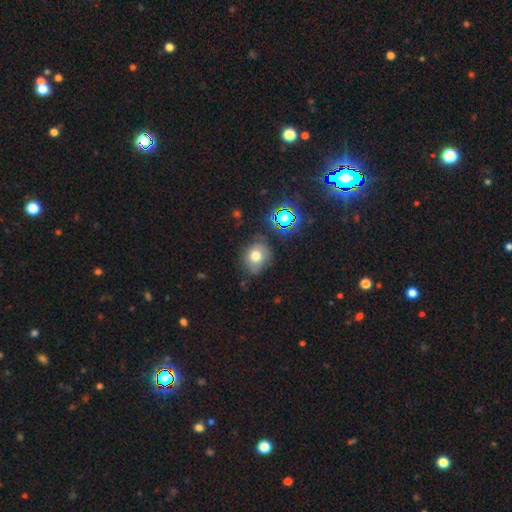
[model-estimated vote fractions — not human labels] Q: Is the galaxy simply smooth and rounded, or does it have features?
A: smooth — 71%.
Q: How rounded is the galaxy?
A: round — 67%.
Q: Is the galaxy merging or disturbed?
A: none — 69%.